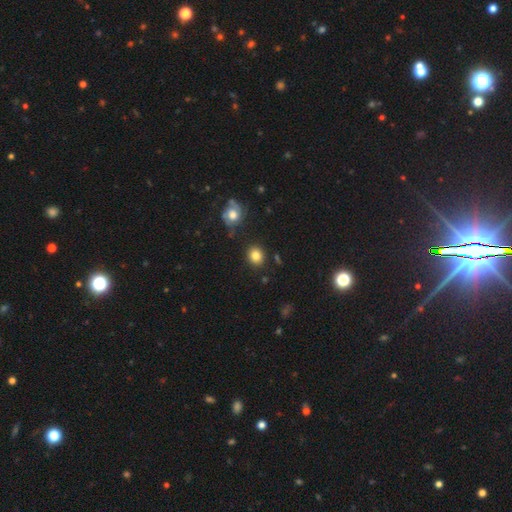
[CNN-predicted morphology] A smooth galaxy with no disk features (83%) that is round (76%). Merging: none (86%).